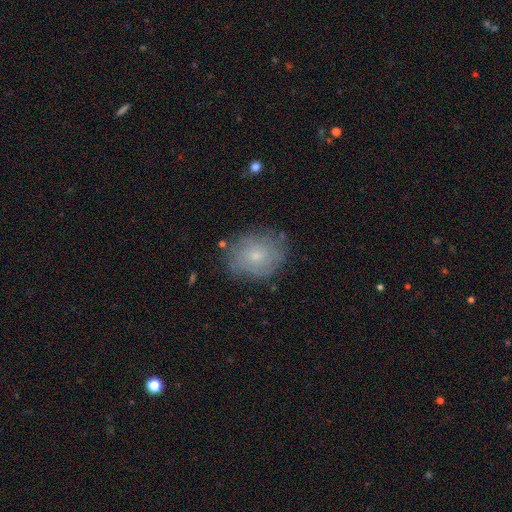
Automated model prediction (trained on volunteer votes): smooth 52%, featured or disk 37%, star or artifact 11%. Down the decision tree: how rounded — round (52%); merging — none (75%).